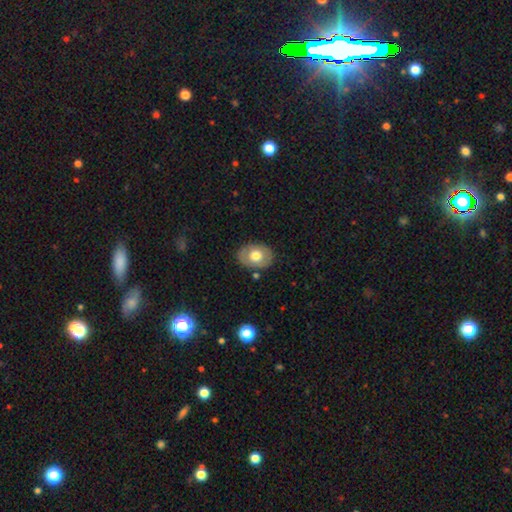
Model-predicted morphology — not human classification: Smooth or featured?
  - smooth: 63% *
  - featured or disk: 30%
  - star or artifact: 7%
How rounded?
  - in between: 66% *
  - round: 33%
  - cigar-shaped: 1%
Merging?
  - none: 84% *
  - minor disturbance: 12%
  - major disturbance: 3%
  - merger: 2%